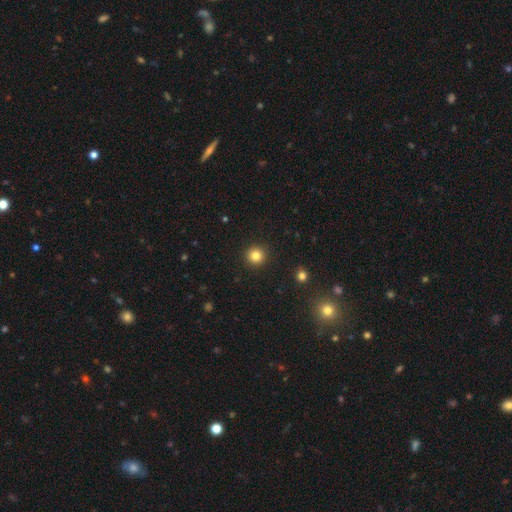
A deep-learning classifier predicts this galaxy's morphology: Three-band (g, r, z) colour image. It shows a smooth galaxy with no disk features (82%) that is round (95%). Merging: none (93%).